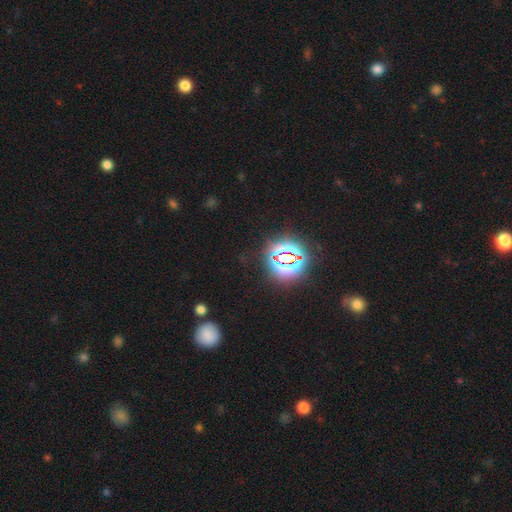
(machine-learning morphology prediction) This is likely a star or artifact rather than a galaxy (78%).